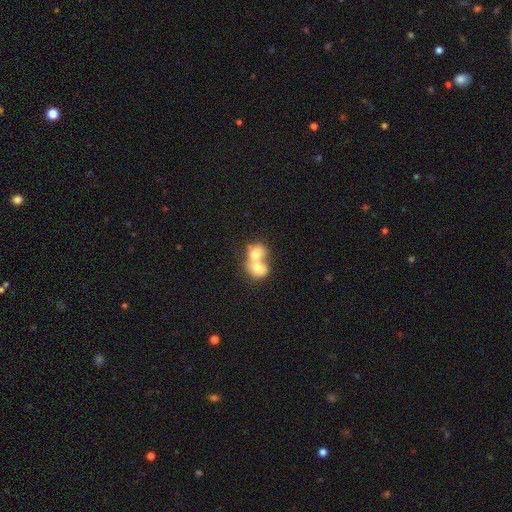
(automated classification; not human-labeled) A smooth galaxy with no disk features (66%) that is round (51%).

Vote fractions:
- Smooth or featured? smooth: 66% / featured or disk: 25% / star or artifact: 9%
- How rounded? round: 51% / in between: 48% / cigar-shaped: 1%
- Merging? merger: 80% / none: 13% / minor disturbance: 4% / major disturbance: 3%